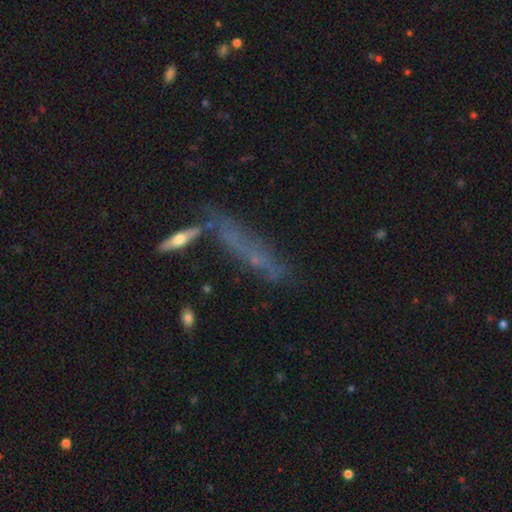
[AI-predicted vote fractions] Smooth or featured: smooth — 43% (featured or disk — 40%)
Merging: none — 57% (minor disturbance — 18%)